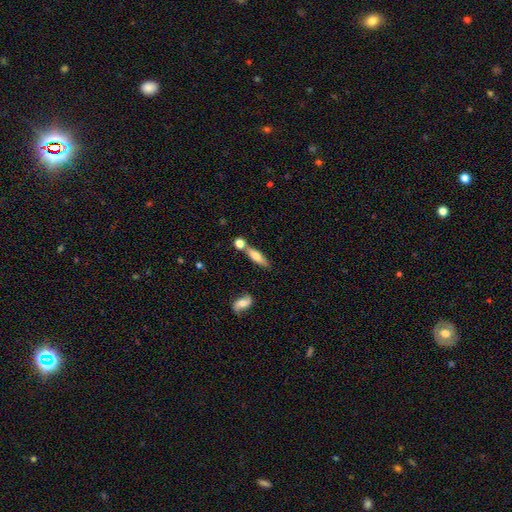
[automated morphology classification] Smooth or featured?
  - smooth: 66% *
  - featured or disk: 26%
  - star or artifact: 7%
How rounded?
  - cigar-shaped: 62% *
  - in between: 34%
  - round: 4%
Merging?
  - none: 61% *
  - merger: 21%
  - minor disturbance: 14%
  - major disturbance: 4%